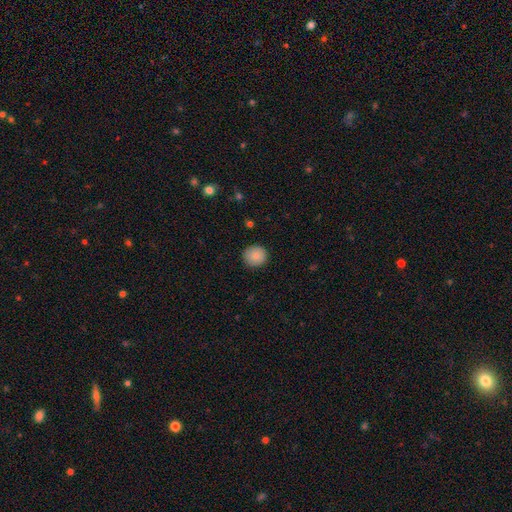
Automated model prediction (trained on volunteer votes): A smooth galaxy with no disk features (86%) that is round (91%). Merging: none (89%).